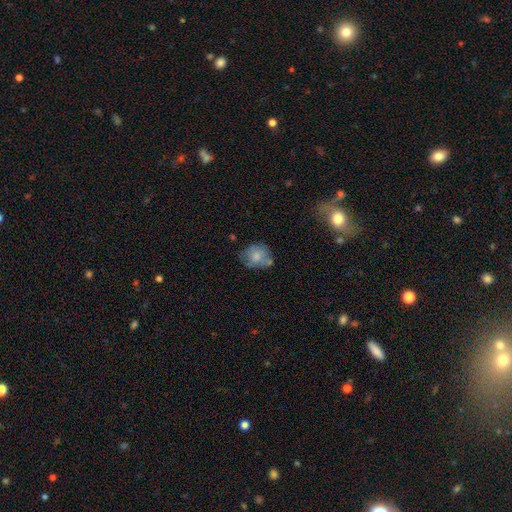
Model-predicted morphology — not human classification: This is likely a smooth galaxy (63%). How rounded: likely round (65%). Merging: likely none (62%).